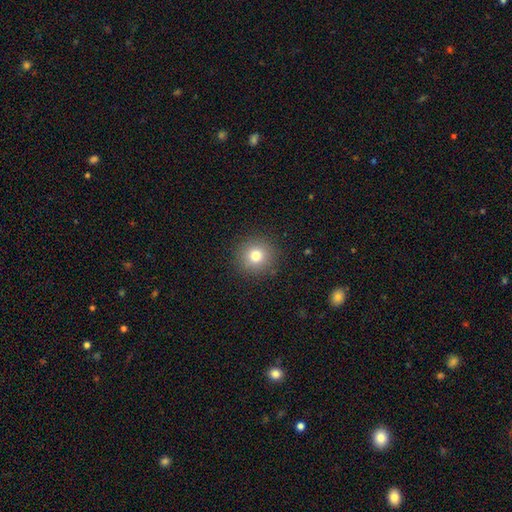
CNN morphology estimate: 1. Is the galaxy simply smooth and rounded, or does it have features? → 78% smooth, 13% star or artifact, 9% featured or disk.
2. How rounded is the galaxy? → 94% round, 5% in between, 1% cigar-shaped.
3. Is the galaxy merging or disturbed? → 90% none, 6% minor disturbance, 2% major disturbance, 1% merger.